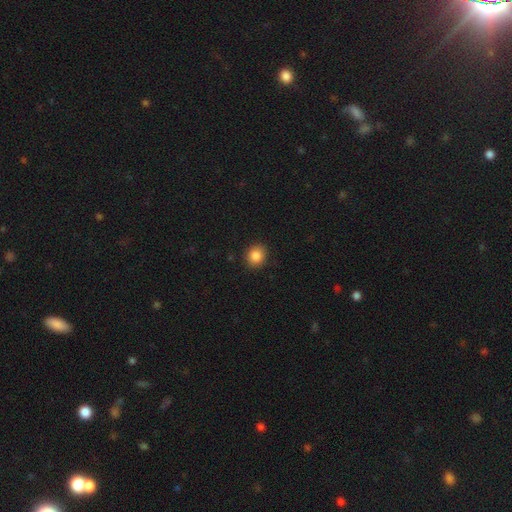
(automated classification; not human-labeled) The model was most divided on "how rounded": round: 80%, in between: 19%, cigar-shaped: 1%. More confident: merging — none (91%); smooth or featured — smooth (86%).